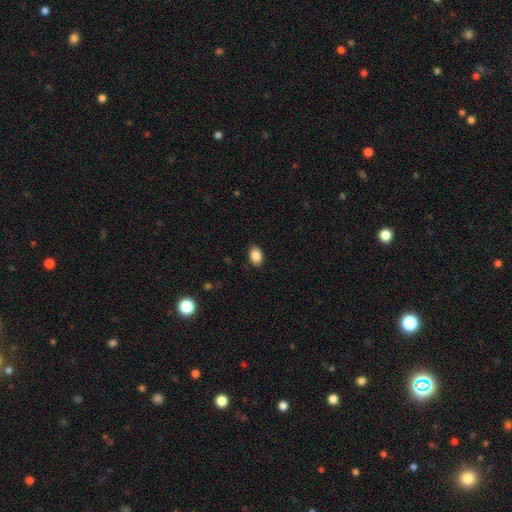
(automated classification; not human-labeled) Morphology: type=smooth (87%); roundness=in between (82%); merging=none (86%).